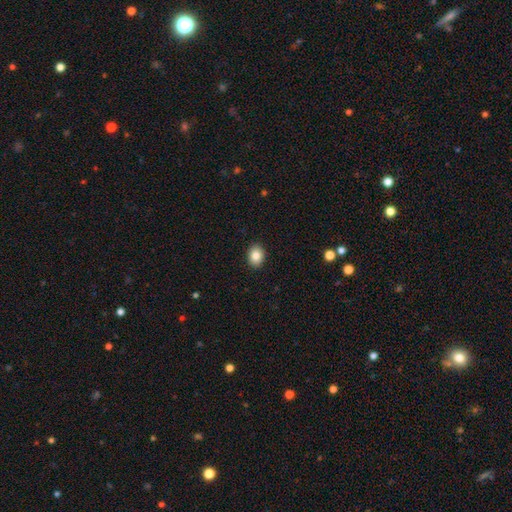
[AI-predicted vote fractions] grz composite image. It shows a smooth galaxy with no disk features (84%) that is in between round and cigar-shaped (63%). Merging: none (91%).